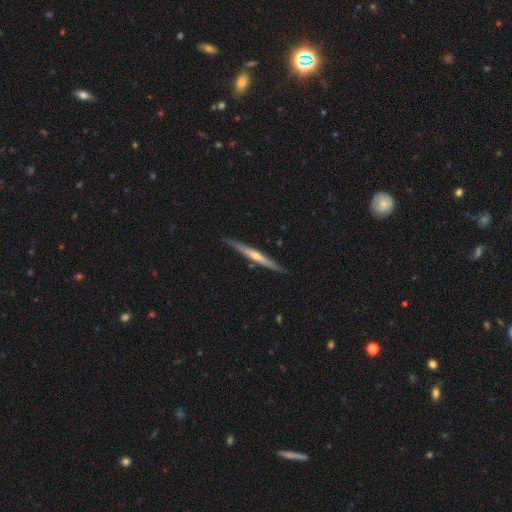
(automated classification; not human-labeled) Smooth or featured: featured or disk — 69% (smooth — 25%)
Edge-on disk: yes — 97% (no — 3%)
Edge-on bulge: rounded — 66% (none — 28%)
Merging: none — 89% (minor disturbance — 8%)